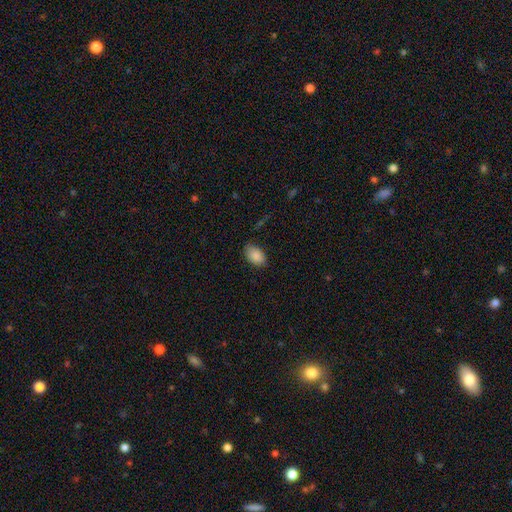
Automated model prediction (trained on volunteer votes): smooth_or_featured: smooth (p=0.88) [alt: star or artifact p=0.07]
how_rounded: in between (p=0.89) [alt: round p=0.10]
merging: none (p=0.80) [alt: minor disturbance p=0.16]